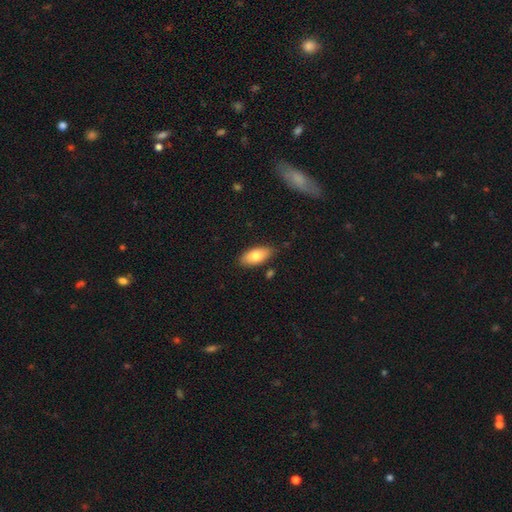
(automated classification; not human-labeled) Smooth or featured?
  - smooth: 79% *
  - featured or disk: 15%
  - star or artifact: 6%
How rounded?
  - in between: 89% *
  - cigar-shaped: 8%
  - round: 3%
Merging?
  - none: 83% *
  - minor disturbance: 12%
  - merger: 2%
  - major disturbance: 2%